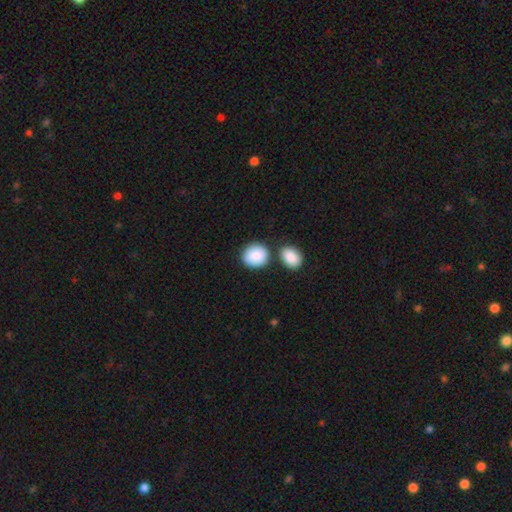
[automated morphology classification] A smooth galaxy with no disk features (89%) that is round (71%). Merging: none (67%).